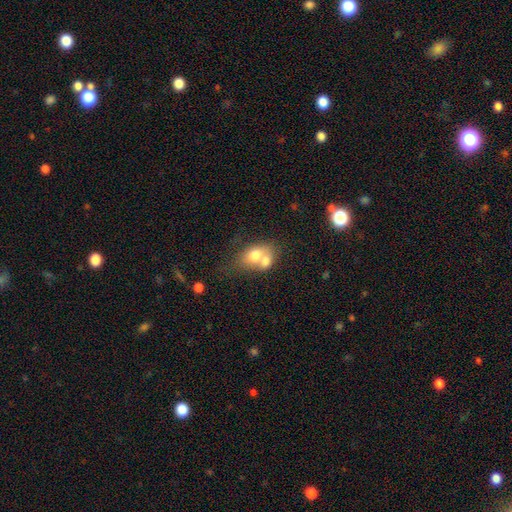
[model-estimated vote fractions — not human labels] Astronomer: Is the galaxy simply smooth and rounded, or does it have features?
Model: smooth — 67%.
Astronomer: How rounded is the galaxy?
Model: in between — 64%.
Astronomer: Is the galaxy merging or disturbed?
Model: merger — 65%.